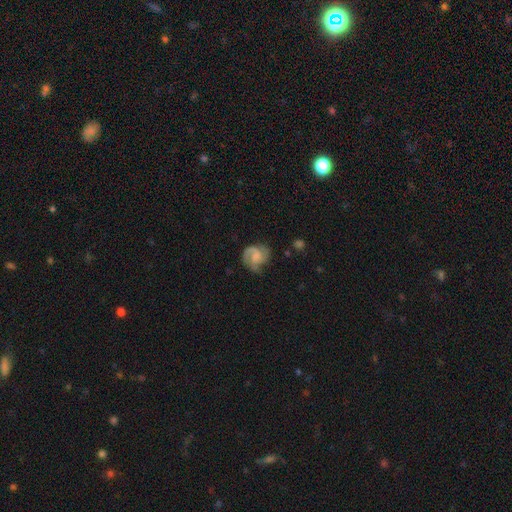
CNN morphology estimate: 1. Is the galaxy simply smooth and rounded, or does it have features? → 73% featured or disk, 20% smooth, 7% star or artifact.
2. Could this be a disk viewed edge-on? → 98% no, 2% yes.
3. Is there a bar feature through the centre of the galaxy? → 58% no, 36% weak, 6% strong.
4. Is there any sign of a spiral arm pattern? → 95% yes, 5% no.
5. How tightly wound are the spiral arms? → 48% medium, 31% tight, 21% loose.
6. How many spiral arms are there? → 58% 2, 20% 3, 9% can't tell, 9% 1, 2% 4, 2% more than 4.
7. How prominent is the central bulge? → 41% none, 27% small, 23% moderate, 8% large, 2% dominant.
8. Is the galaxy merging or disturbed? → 61% none, 22% minor disturbance, 14% major disturbance, 2% merger.